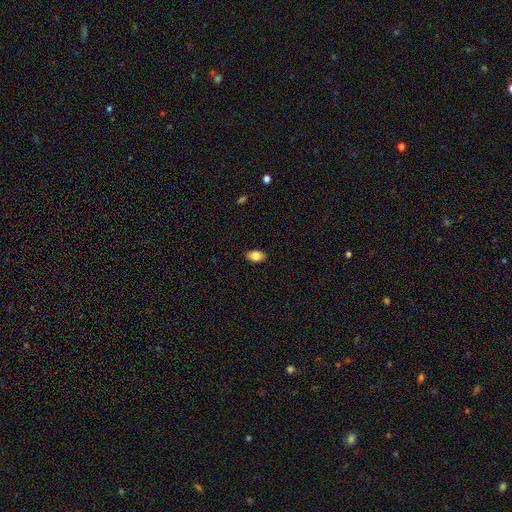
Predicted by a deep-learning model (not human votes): A smooth galaxy with no disk features (82%) that is in between round and cigar-shaped (89%).

Vote fractions:
- Smooth or featured? smooth: 82% / featured or disk: 10% / star or artifact: 8%
- How rounded? in between: 89% / round: 9% / cigar-shaped: 2%
- Merging? none: 87% / minor disturbance: 10% / major disturbance: 2% / merger: 1%